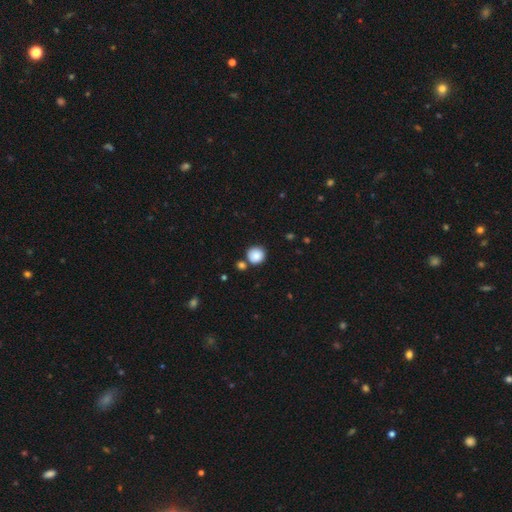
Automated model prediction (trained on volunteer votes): Smooth or featured?
  - smooth: 87% *
  - star or artifact: 8%
  - featured or disk: 4%
How rounded?
  - round: 93% *
  - in between: 6%
  - cigar-shaped: 1%
Merging?
  - none: 74% *
  - merger: 14%
  - minor disturbance: 9%
  - major disturbance: 3%